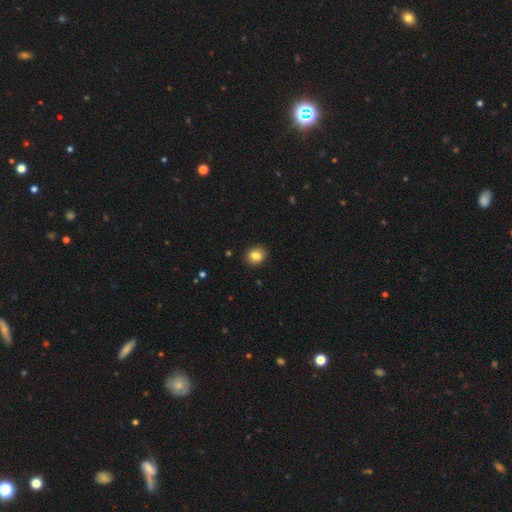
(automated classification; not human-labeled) smooth_or_featured: smooth (p=0.84) [alt: star or artifact p=0.09]
how_rounded: round (p=0.69) [alt: in between p=0.30]
merging: none (p=0.90) [alt: minor disturbance p=0.07]